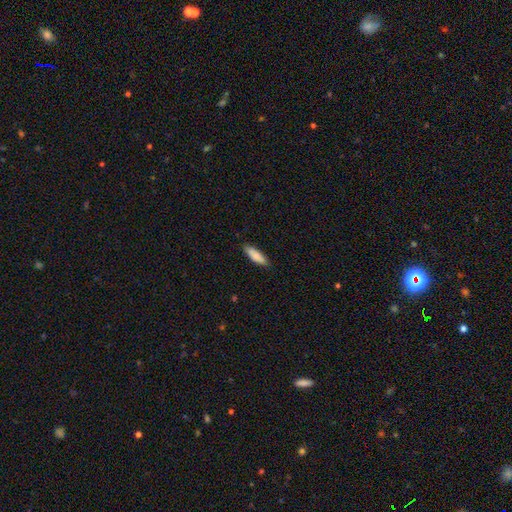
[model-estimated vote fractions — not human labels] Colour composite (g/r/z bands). It shows a smooth galaxy with no disk features (84%) that is cigar-shaped (52%). Merging: none (84%).